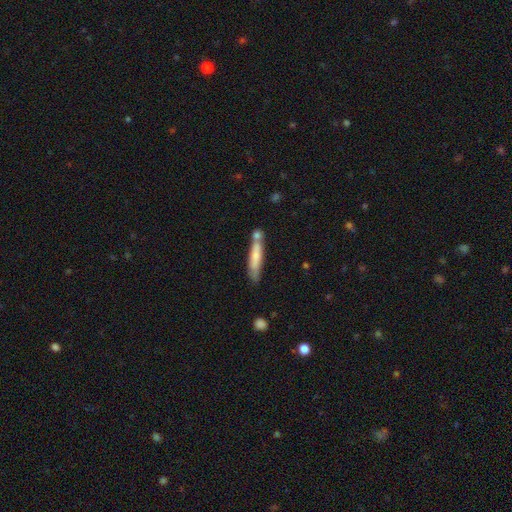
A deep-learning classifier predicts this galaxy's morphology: Q: Smooth or featured?
A: smooth (68%); runner-up: featured or disk (26%)
Q: How rounded?
A: cigar-shaped (87%); runner-up: in between (11%)
Q: Merging?
A: none (54%); runner-up: merger (24%)